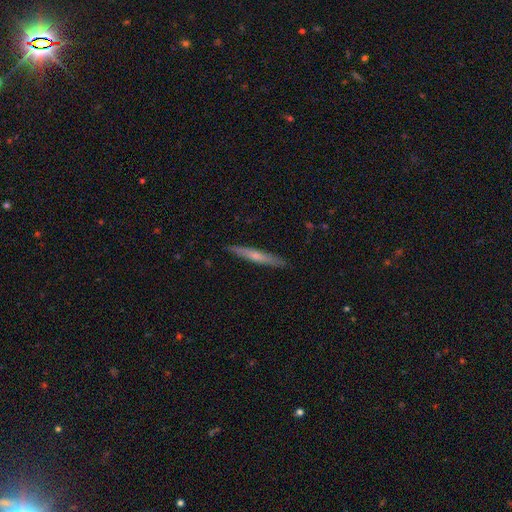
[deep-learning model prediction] smooth_or_featured: smooth (p=0.48) [alt: featured or disk p=0.46]
merging: none (p=0.90) [alt: minor disturbance p=0.08]